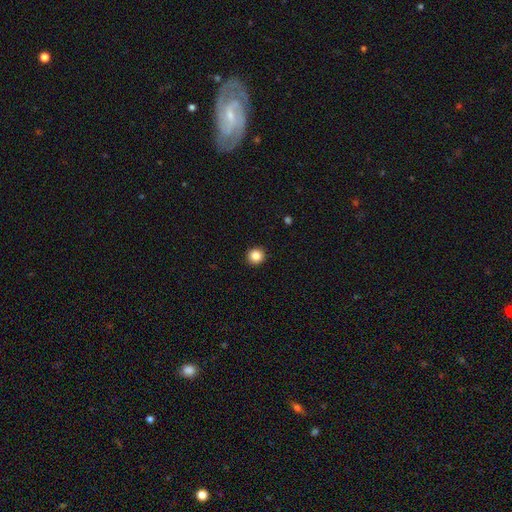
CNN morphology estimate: This appears to be a smooth galaxy with no disk features (86%) that is round (95%). Merging: none (93%).